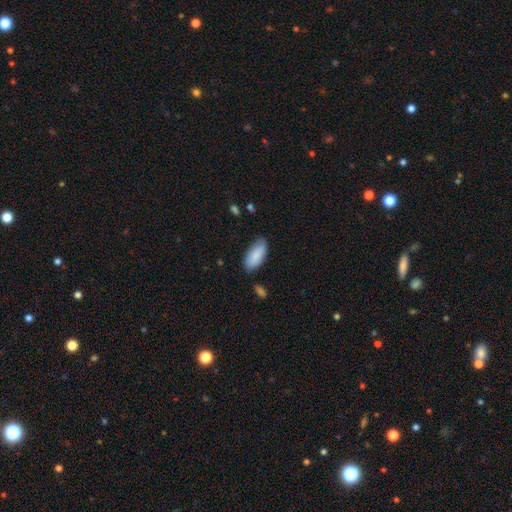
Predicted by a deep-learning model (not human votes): Smooth or featured: smooth — 87% (featured or disk — 8%)
How rounded: in between — 89% (cigar-shaped — 9%)
Merging: none — 76% (minor disturbance — 18%)